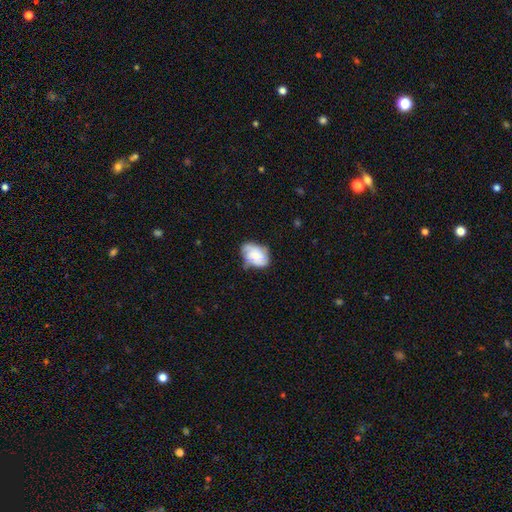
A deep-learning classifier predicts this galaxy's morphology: A smooth galaxy with no disk features (54%) that is in between round and cigar-shaped (85%).

Vote fractions:
- Smooth or featured? smooth: 54% / featured or disk: 37% / star or artifact: 9%
- How rounded? in between: 85% / round: 14% / cigar-shaped: 1%
- Merging? none: 52% / minor disturbance: 34% / major disturbance: 11% / merger: 3%